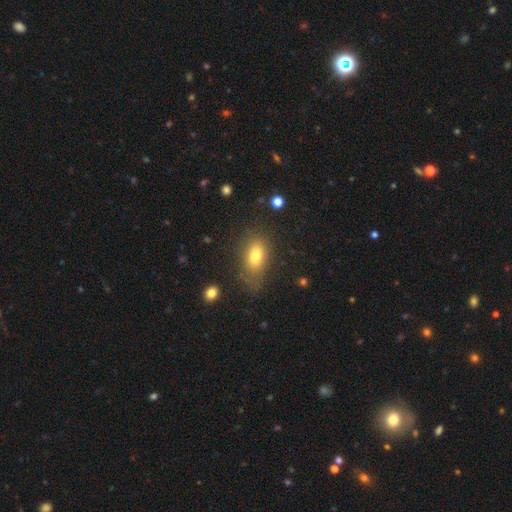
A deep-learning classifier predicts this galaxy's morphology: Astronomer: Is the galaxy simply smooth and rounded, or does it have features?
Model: smooth — 75%.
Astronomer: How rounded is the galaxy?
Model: in between — 86%.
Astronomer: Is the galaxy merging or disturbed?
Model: none — 67%.